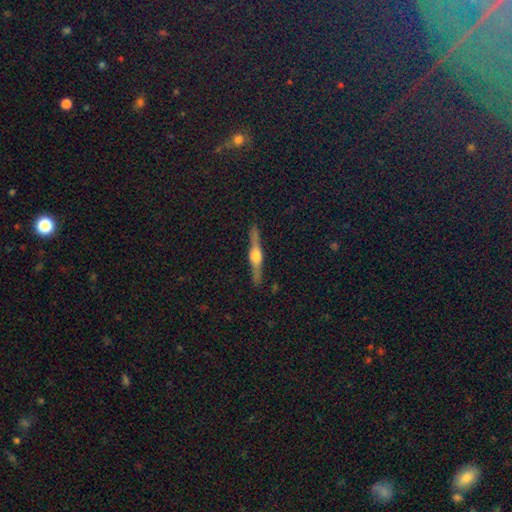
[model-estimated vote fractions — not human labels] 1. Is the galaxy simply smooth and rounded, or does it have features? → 77% featured or disk, 17% smooth, 6% star or artifact.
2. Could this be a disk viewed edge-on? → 98% yes, 2% no.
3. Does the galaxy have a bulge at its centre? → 92% rounded, 6% boxy, 2% none.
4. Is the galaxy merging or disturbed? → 90% none, 8% minor disturbance, 2% major disturbance, 1% merger.